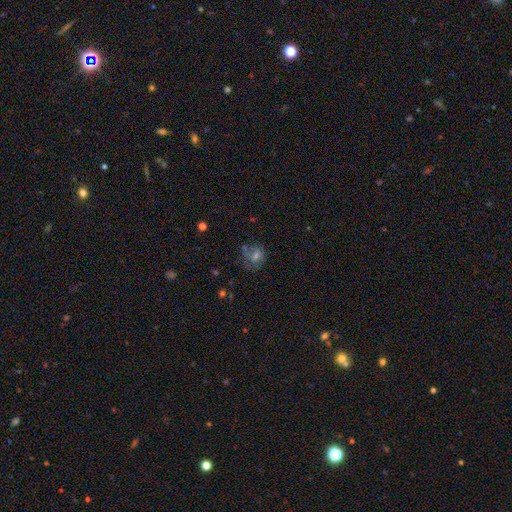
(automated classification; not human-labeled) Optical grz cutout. It shows a smooth galaxy with no disk features (40%). Merging: none (57%).